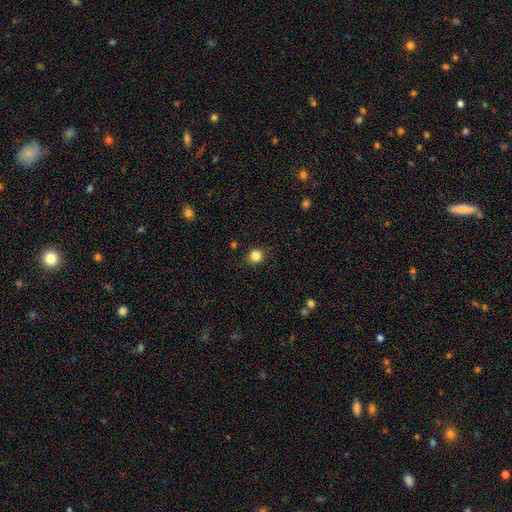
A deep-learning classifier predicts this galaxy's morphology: Smooth or featured?
  - smooth: 84% *
  - star or artifact: 11%
  - featured or disk: 4%
How rounded?
  - round: 88% *
  - in between: 11%
  - cigar-shaped: 1%
Merging?
  - none: 88% *
  - minor disturbance: 9%
  - major disturbance: 2%
  - merger: 1%